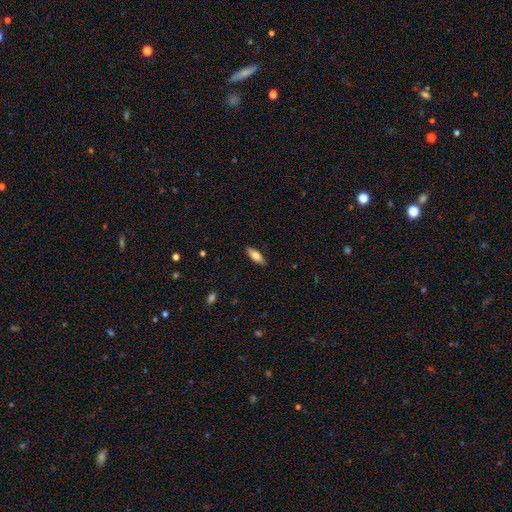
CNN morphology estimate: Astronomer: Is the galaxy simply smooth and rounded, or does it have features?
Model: smooth — 65%.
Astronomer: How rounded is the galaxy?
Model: in between — 65%.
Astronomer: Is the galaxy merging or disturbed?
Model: none — 88%.